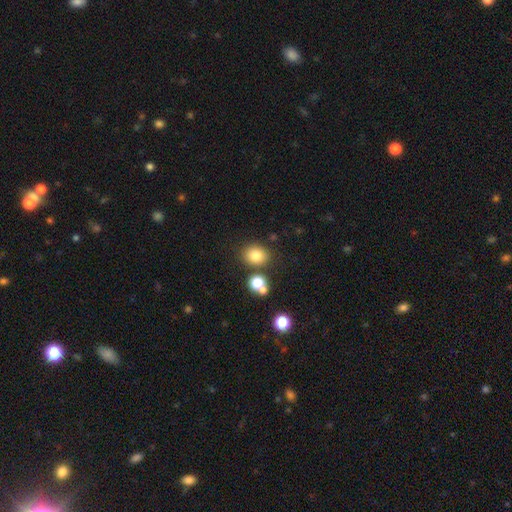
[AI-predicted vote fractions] Smooth or featured? smooth (81%)
How rounded? round (67%)
Merging? none (77%)